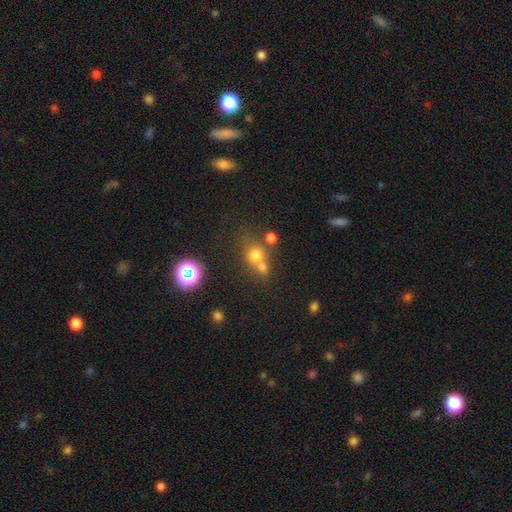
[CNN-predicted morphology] Smooth or featured?
  - smooth: 62% *
  - star or artifact: 25%
  - featured or disk: 13%
How rounded?
  - round: 82% *
  - in between: 17%
  - cigar-shaped: 1%
Merging?
  - none: 44% * (tied)
  - merger: 44% * (tied)
  - minor disturbance: 8%
  - major disturbance: 4%